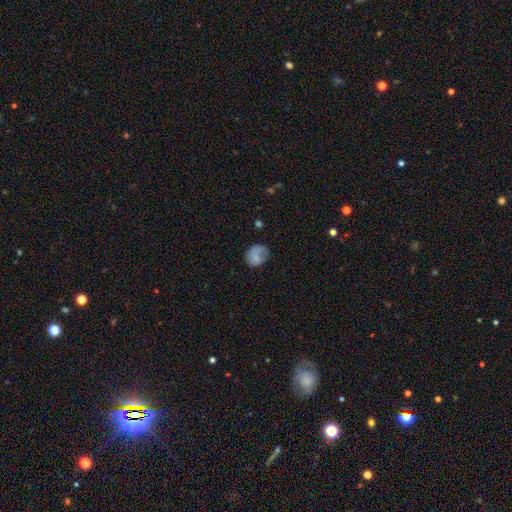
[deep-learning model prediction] smooth_or_featured: smooth (p=0.75) [alt: featured or disk p=0.15]
how_rounded: round (p=0.61) [alt: in between p=0.38]
merging: none (p=0.56) [alt: minor disturbance p=0.27]